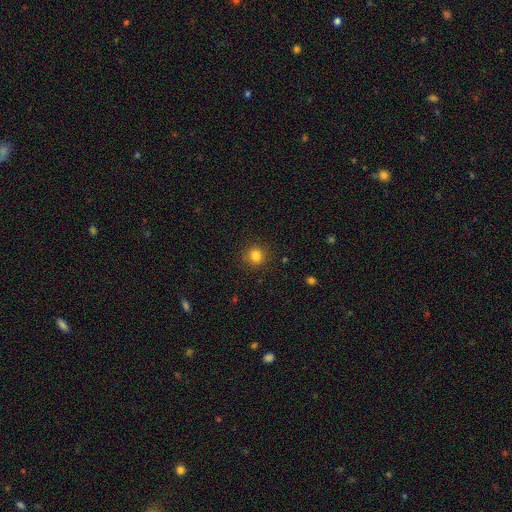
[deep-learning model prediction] Morphology: type=smooth (83%); roundness=round (84%); merging=none (88%).